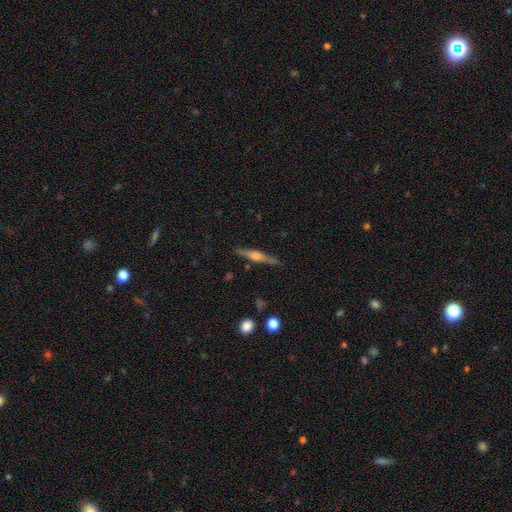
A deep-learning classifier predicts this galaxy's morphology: A featured or disk galaxy (75%) viewed edge-on (98%) with a rounded central bulge (82%). Merging: none (89%).